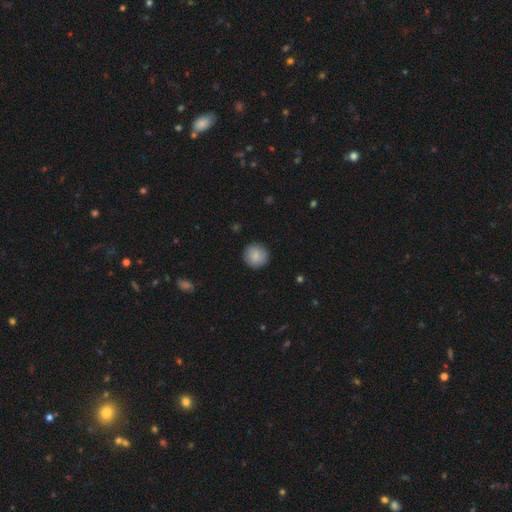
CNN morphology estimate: A smooth galaxy with no disk features (86%) that is round (94%).

Vote fractions:
- Smooth or featured? smooth: 86% / featured or disk: 8% / star or artifact: 7%
- How rounded? round: 94% / in between: 5% / cigar-shaped: 1%
- Merging? none: 90% / minor disturbance: 7% / major disturbance: 2% / merger: 1%